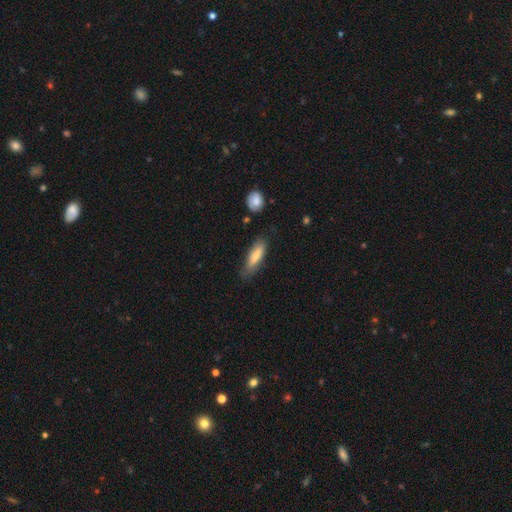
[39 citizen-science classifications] smooth 79%, featured or disk 15%, star or artifact 5%. Down the decision tree: how rounded — cigar-shaped (58%); merging — none (78%).